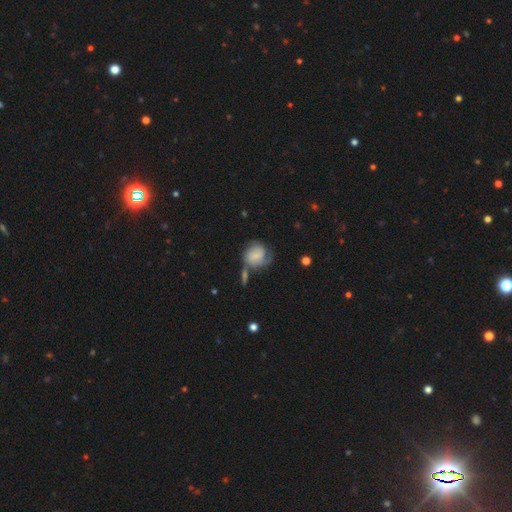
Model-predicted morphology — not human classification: Smooth or featured? featured or disk (55%)
Edge-on disk? no (97%)
Bar? no (68%)
Spiral arms? yes (87%)
Bulge size? small (50%)
Merging? none (42%)